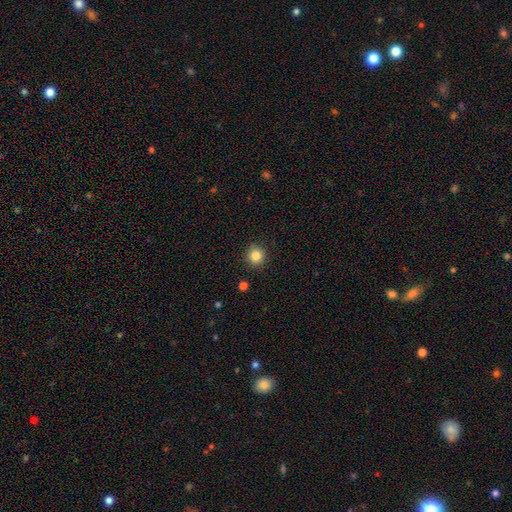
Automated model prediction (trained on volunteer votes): smooth_or_featured: smooth (p=0.84) [alt: star or artifact p=0.11]
how_rounded: round (p=0.92) [alt: in between p=0.07]
merging: none (p=0.90) [alt: minor disturbance p=0.06]